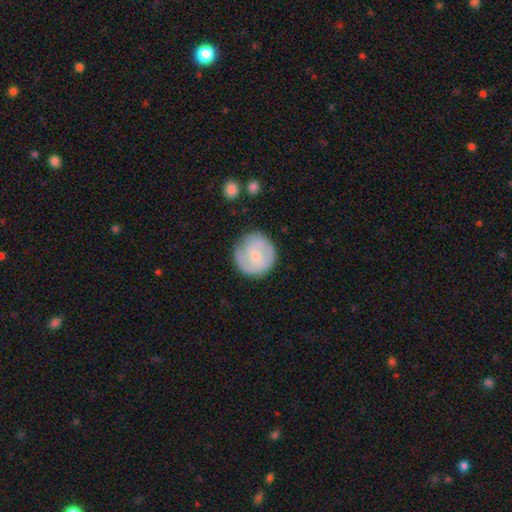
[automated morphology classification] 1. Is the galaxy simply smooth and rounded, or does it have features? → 52% featured or disk, 42% smooth, 6% star or artifact.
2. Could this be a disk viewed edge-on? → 98% no, 2% yes.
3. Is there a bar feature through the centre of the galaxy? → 60% no, 34% weak, 7% strong.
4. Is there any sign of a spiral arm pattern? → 81% yes, 19% no.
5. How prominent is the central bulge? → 71% small, 22% moderate, 5% none, 1% large, 1% dominant.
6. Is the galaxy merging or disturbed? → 77% none, 16% minor disturbance, 5% major disturbance, 2% merger.